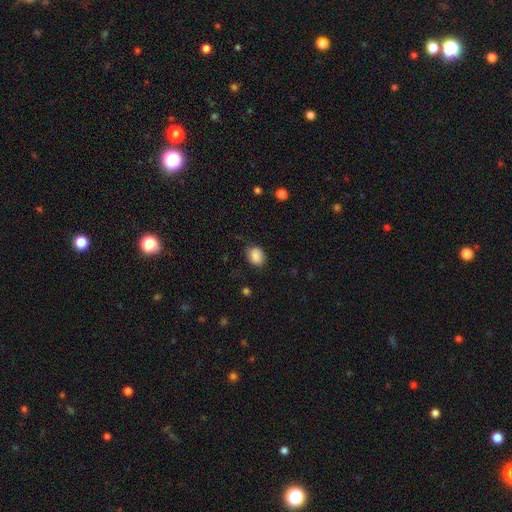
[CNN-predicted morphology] Q: Smooth or featured?
A: smooth (88%); runner-up: star or artifact (8%)
Q: How rounded?
A: in between (61%); runner-up: round (38%)
Q: Merging?
A: none (78%); runner-up: minor disturbance (17%)